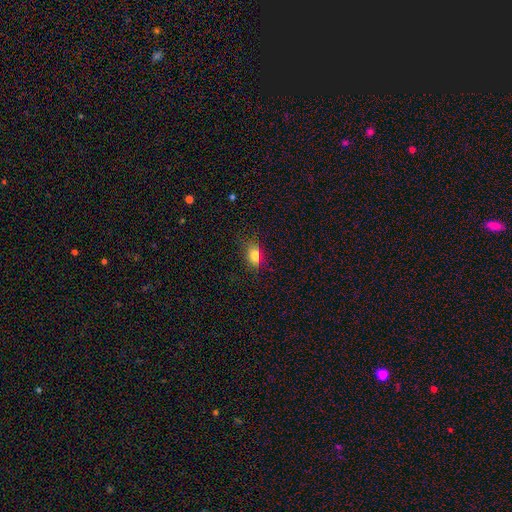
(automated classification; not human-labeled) Overall: smooth (78%). How rounded: in between (76%). Merging: none (78%).